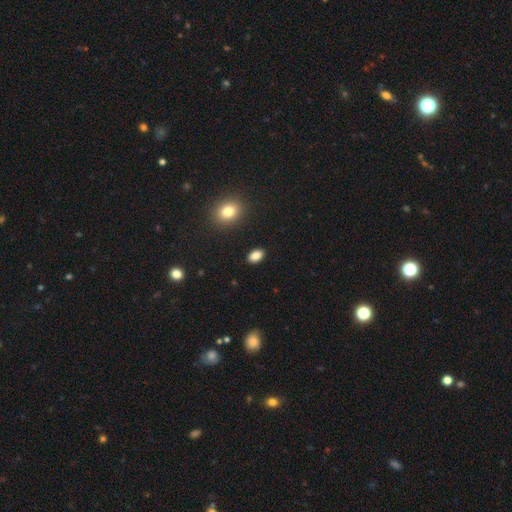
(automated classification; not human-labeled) This appears to be a smooth galaxy with no disk features (86%) that is in between round and cigar-shaped (88%). Merging: none (90%).